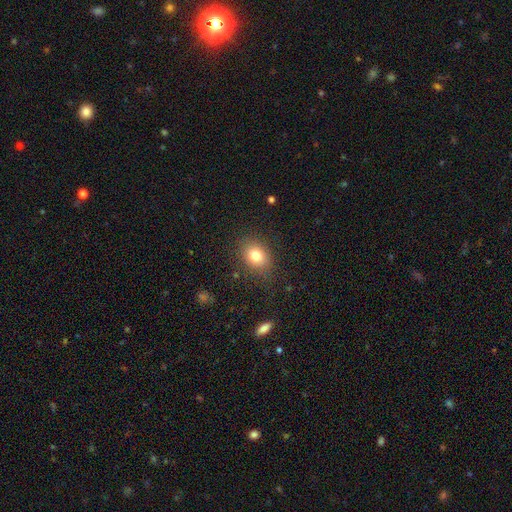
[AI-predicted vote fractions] Morphology: type=smooth (80%); roundness=in between (56%); merging=none (83%).